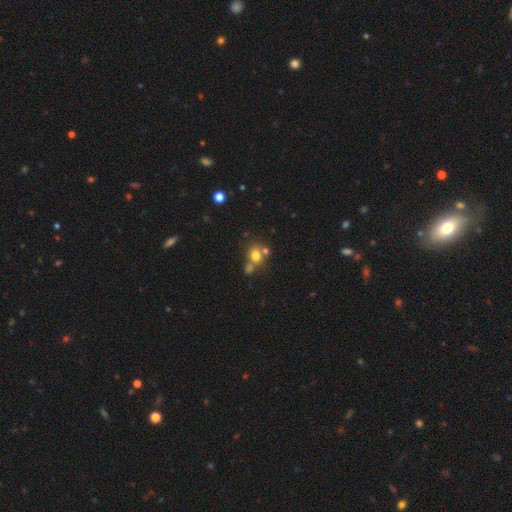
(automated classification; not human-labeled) The model was most divided on "merging": none: 46%, merger: 39%, minor disturbance: 10%, major disturbance: 5%. More confident: smooth or featured — smooth (72%); how rounded — round (70%).